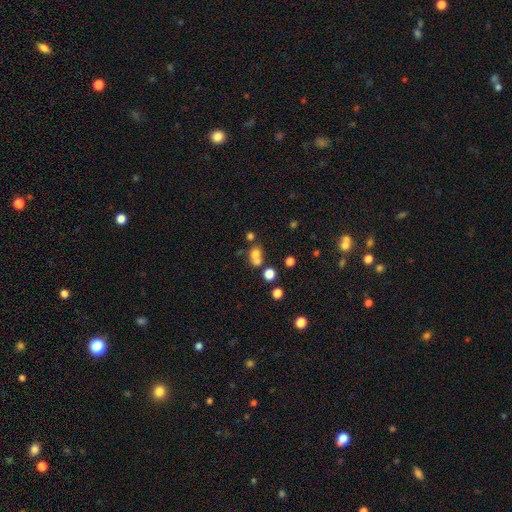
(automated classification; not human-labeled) Overall: smooth (70%). How rounded: round (68%; in between 30%). Merging: merger (49%; none 37%).